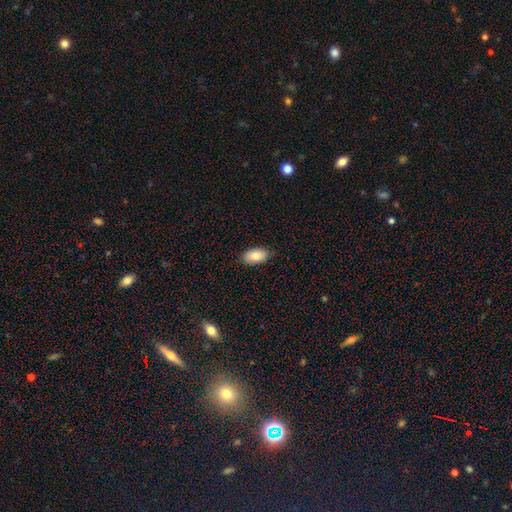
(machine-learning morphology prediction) Smooth or featured? Predicted: smooth (p=0.85). How rounded? Predicted: in between (p=0.94). Merging? Predicted: none (p=0.86).